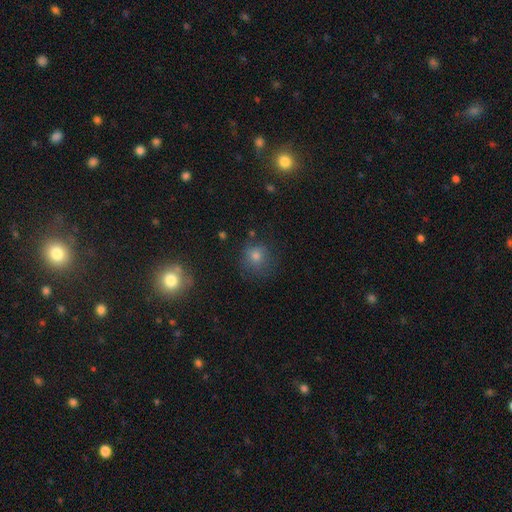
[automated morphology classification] A smooth galaxy with no disk features (67%) that is round (87%).

Vote fractions:
- Smooth or featured? smooth: 67% / star or artifact: 22% / featured or disk: 11%
- How rounded? round: 87% / in between: 12% / cigar-shaped: 1%
- Merging? none: 76% / minor disturbance: 15% / major disturbance: 6% / merger: 3%